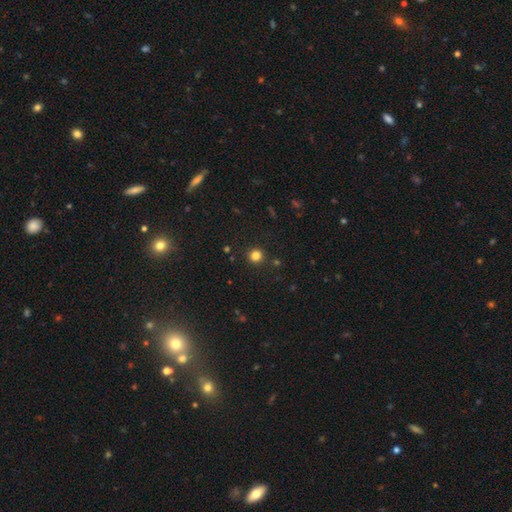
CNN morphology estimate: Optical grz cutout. It shows a smooth galaxy with no disk features (81%) that is round (94%). Merging: none (92%).